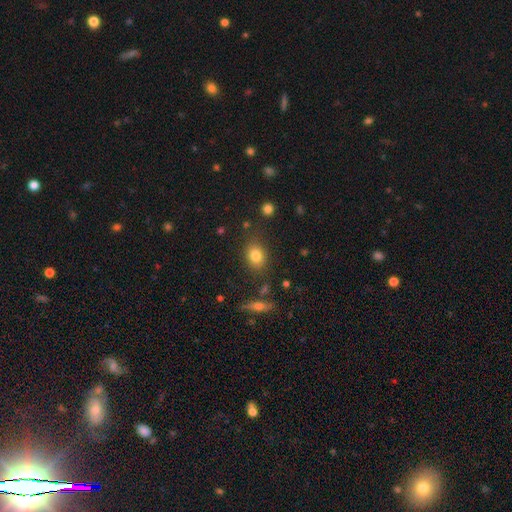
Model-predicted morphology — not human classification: The model was most divided on "how rounded": in between: 55%, round: 44%, cigar-shaped: 2%. More confident: smooth or featured — smooth (81%); merging — none (81%).